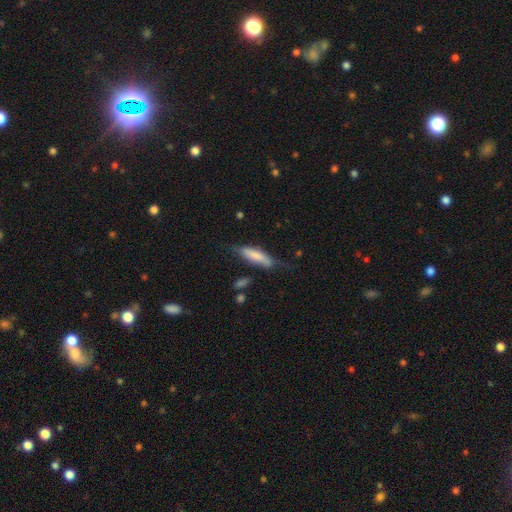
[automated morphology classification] smooth-or-featured: smooth: 68% | featured or disk: 25% | star or artifact: 6%
  how-rounded: cigar-shaped: 62% | in between: 36% | round: 2%
  merging: none: 52% | minor disturbance: 31% | major disturbance: 13% | merger: 4%